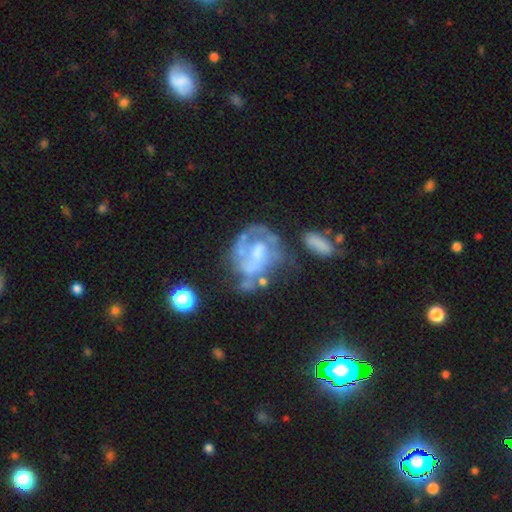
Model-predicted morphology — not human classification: A featured or disk galaxy (70%) with no bar (61%), spiral arms (56%) and a moderate central bulge (38%).

Vote fractions:
- Smooth or featured? featured or disk: 70% / smooth: 21% / star or artifact: 9%
- Edge-on disk? no: 97% / yes: 3%
- Bar? no: 61% / weak: 30% / strong: 9%
- Spiral arms? yes: 56% / no: 44%
- Bulge size? moderate: 38% / none: 26% / small: 24% / large: 11% / dominant: 2%
- Merging? none: 35% / major disturbance: 29% / minor disturbance: 22% / merger: 13%